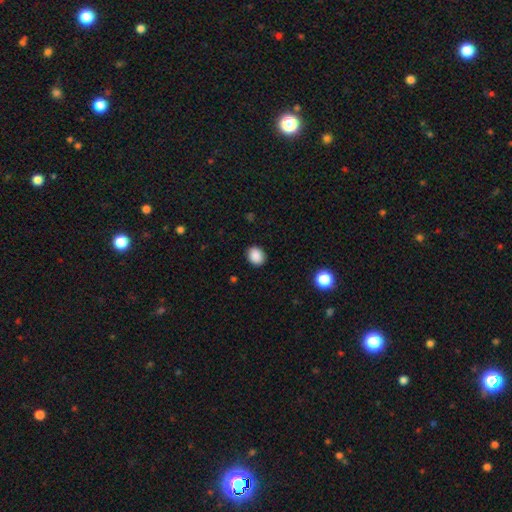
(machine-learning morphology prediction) A smooth galaxy with no disk features (88%) that is round (55%).

Vote fractions:
- Smooth or featured? smooth: 88% / star or artifact: 9% / featured or disk: 3%
- How rounded? round: 55% / in between: 44% / cigar-shaped: 1%
- Merging? none: 90% / minor disturbance: 7% / major disturbance: 2% / merger: 1%